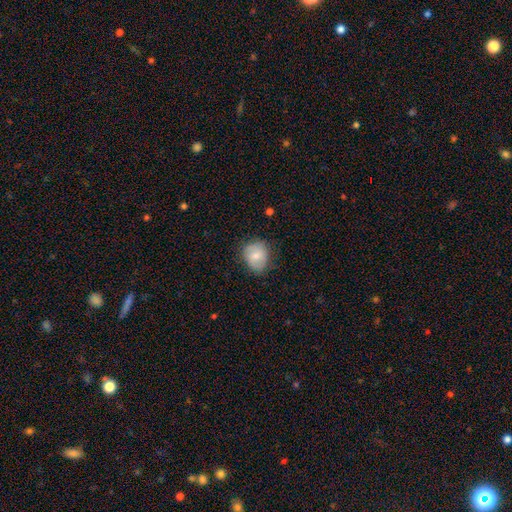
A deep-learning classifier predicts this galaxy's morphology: smooth-or-featured: smooth: 73% | featured or disk: 20% | star or artifact: 7%
  how-rounded: round: 63% | in between: 36% | cigar-shaped: 1%
  merging: none: 67% | minor disturbance: 26% | major disturbance: 6% | merger: 1%